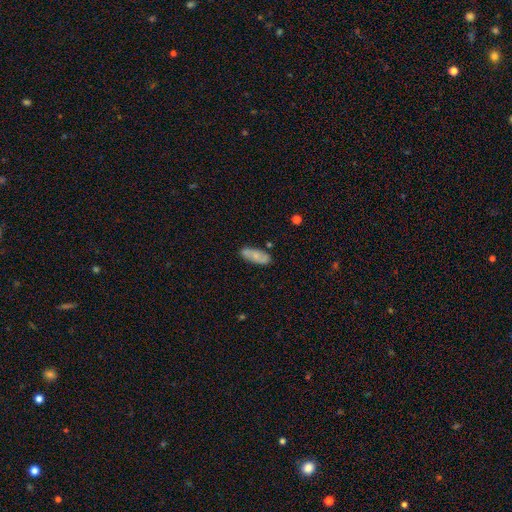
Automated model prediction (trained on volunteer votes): A smooth galaxy with no disk features (63%) that is in between round and cigar-shaped (77%). Merging: none (77%).